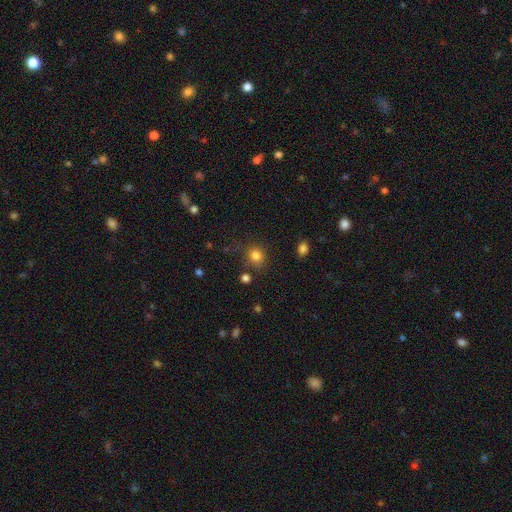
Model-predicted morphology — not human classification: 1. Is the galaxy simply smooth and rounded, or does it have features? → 81% smooth, 13% star or artifact, 6% featured or disk.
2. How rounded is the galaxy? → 76% round, 23% in between, 1% cigar-shaped.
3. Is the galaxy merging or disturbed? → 75% none, 15% minor disturbance, 5% major disturbance, 4% merger.